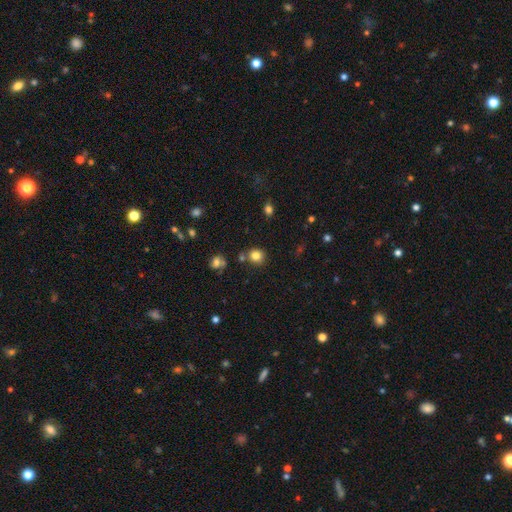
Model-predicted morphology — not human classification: smooth_or_featured: smooth (p=0.82) [alt: star or artifact p=0.12]
how_rounded: round (p=0.83) [alt: in between p=0.16]
merging: none (p=0.79) [alt: minor disturbance p=0.10]